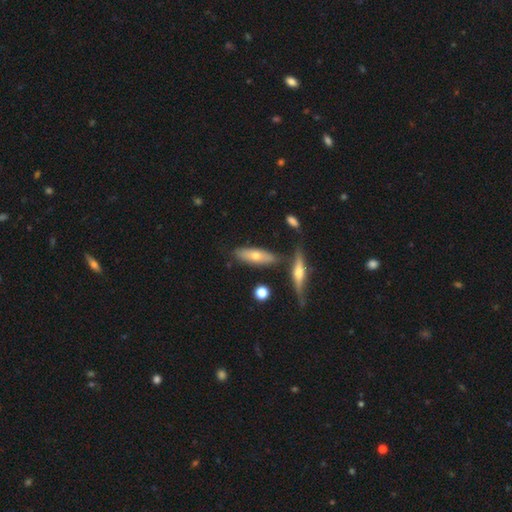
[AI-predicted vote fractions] The model was most divided on "smooth or featured": smooth: 48%, featured or disk: 43%, star or artifact: 9%. More confident: merging — none (69%).